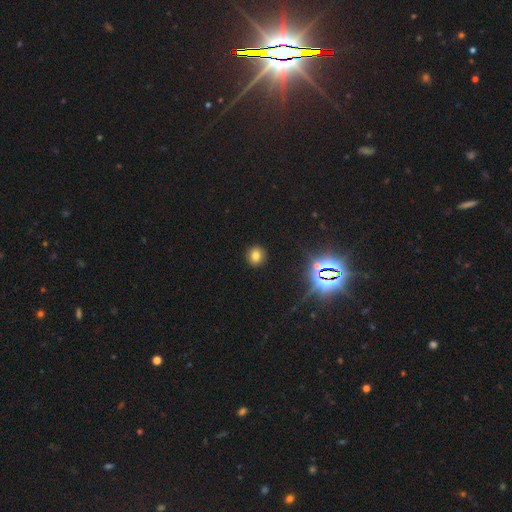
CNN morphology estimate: Q: Smooth or featured?
A: smooth (74%); runner-up: star or artifact (19%)
Q: How rounded?
A: round (85%); runner-up: in between (14%)
Q: Merging?
A: none (92%); runner-up: minor disturbance (5%)